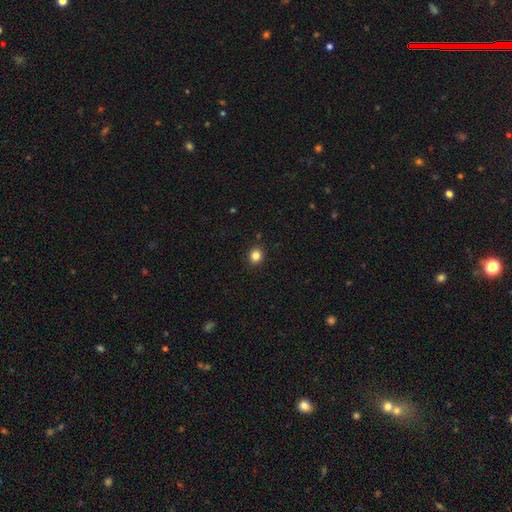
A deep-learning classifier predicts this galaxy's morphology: A smooth galaxy with no disk features (83%) that is round (75%). Merging: none (90%).